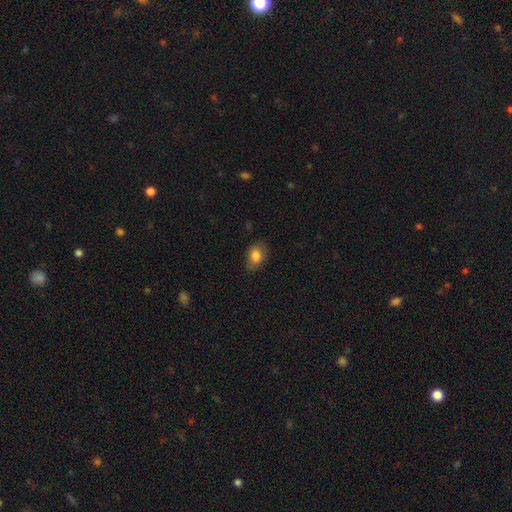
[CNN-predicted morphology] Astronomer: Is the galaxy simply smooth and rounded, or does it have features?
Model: smooth — 82%.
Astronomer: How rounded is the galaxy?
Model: in between — 71%.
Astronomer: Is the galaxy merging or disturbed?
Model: none — 76%.